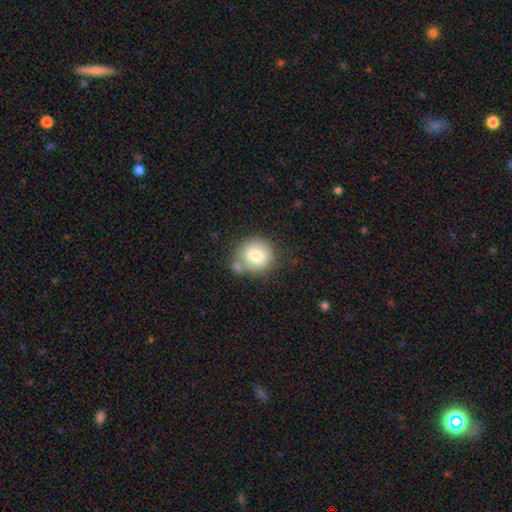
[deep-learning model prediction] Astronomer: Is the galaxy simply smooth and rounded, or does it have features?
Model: smooth — 79%.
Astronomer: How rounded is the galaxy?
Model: round — 86%.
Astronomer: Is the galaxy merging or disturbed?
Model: none — 60%.